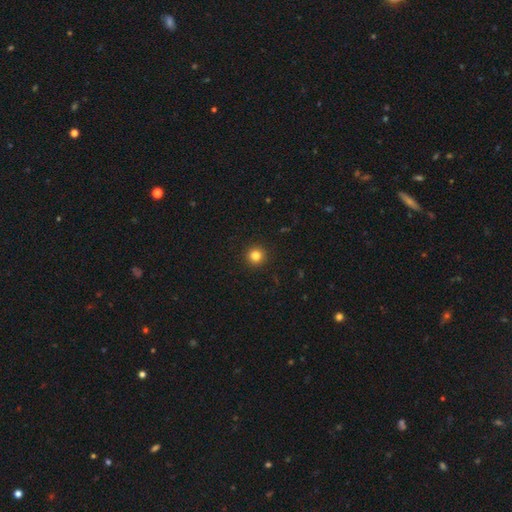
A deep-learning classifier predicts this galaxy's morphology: Q: Smooth or featured?
A: smooth (82%); runner-up: star or artifact (13%)
Q: How rounded?
A: round (95%); runner-up: in between (4%)
Q: Merging?
A: none (93%); runner-up: minor disturbance (4%)